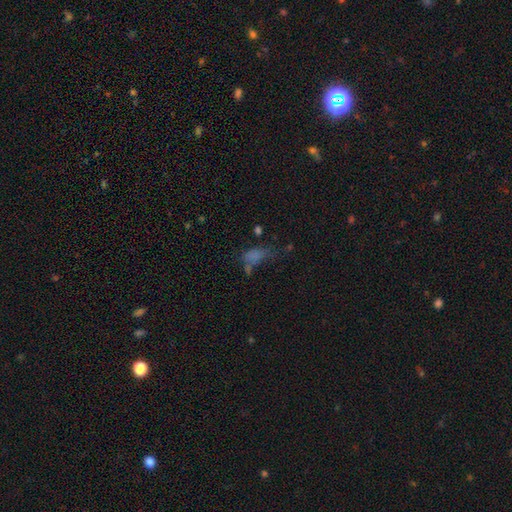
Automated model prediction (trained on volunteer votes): Smooth or featured? Predicted: smooth (p=0.68). How rounded? Predicted: in between (p=0.83). Merging? Predicted: major disturbance (p=0.30, tied with none).